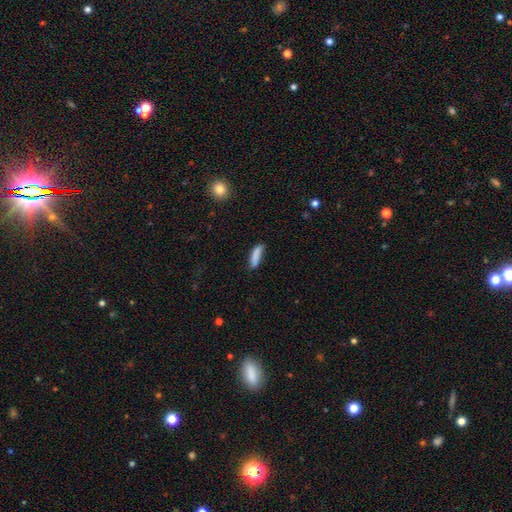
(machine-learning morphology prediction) Q: Smooth or featured?
A: smooth (81%); runner-up: featured or disk (11%)
Q: How rounded?
A: cigar-shaped (68%); runner-up: in between (30%)
Q: Merging?
A: none (62%); runner-up: minor disturbance (26%)